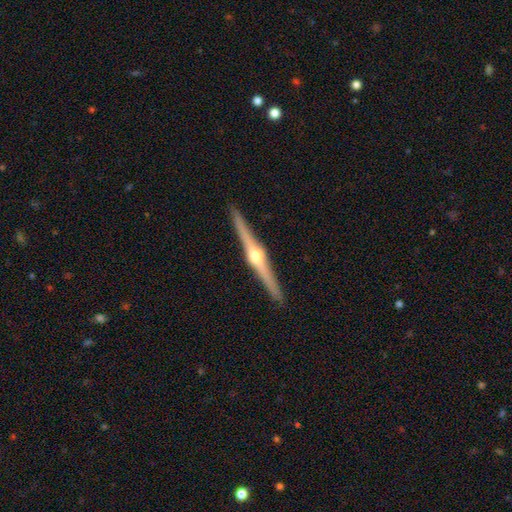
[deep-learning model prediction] Q: Smooth or featured?
A: featured or disk (85%); runner-up: smooth (11%)
Q: Edge-on disk?
A: yes (99%); runner-up: no (1%)
Q: Edge-on bulge?
A: rounded (95%); runner-up: boxy (3%)
Q: Merging?
A: none (92%); runner-up: minor disturbance (5%)